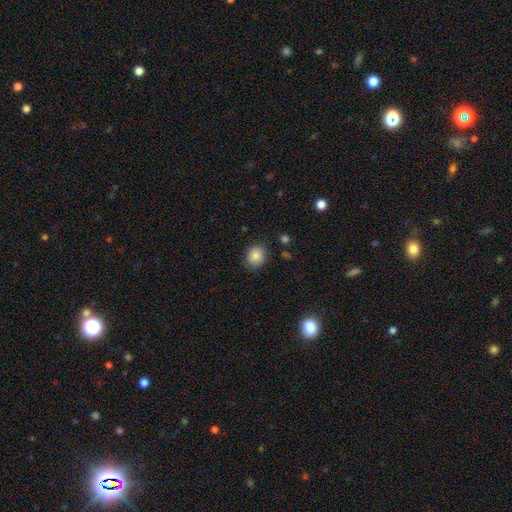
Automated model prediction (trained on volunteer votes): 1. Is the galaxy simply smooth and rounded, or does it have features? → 86% smooth, 9% star or artifact, 5% featured or disk.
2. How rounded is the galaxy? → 78% round, 21% in between, 1% cigar-shaped.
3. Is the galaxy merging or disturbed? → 86% none, 10% minor disturbance, 3% major disturbance, 1% merger.